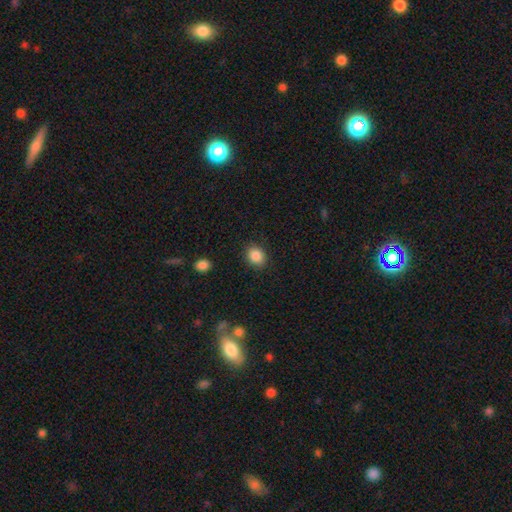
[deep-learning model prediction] A smooth galaxy with no disk features (87%) that is round (55%).

Vote fractions:
- Smooth or featured? smooth: 87% / star or artifact: 9% / featured or disk: 4%
- How rounded? round: 55% / in between: 44% / cigar-shaped: 1%
- Merging? none: 87% / minor disturbance: 9% / major disturbance: 3% / merger: 1%